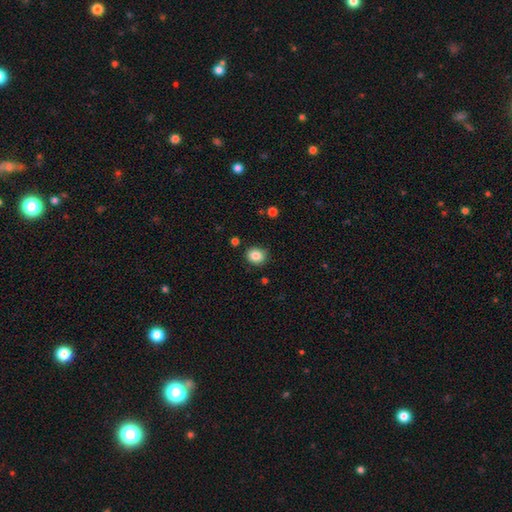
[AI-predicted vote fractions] Smooth or featured? smooth (86%)
How rounded? round (67%)
Merging? none (85%)